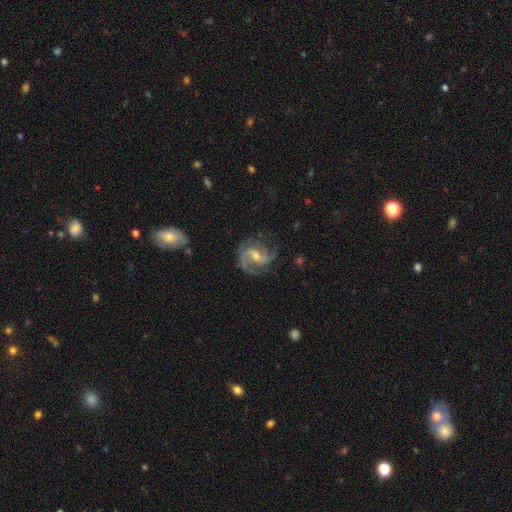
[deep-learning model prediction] The model was most divided on "bulge size": moderate: 51%, small: 43%, none: 2%, large: 2%, dominant: 1%. More confident: edge-on disk — no (98%); spiral arms — yes (98%); smooth or featured — featured or disk (90%); merging — none (71%); spiral winding — medium (56%); spiral arm count — 2 (55%); bar — weak (54%).